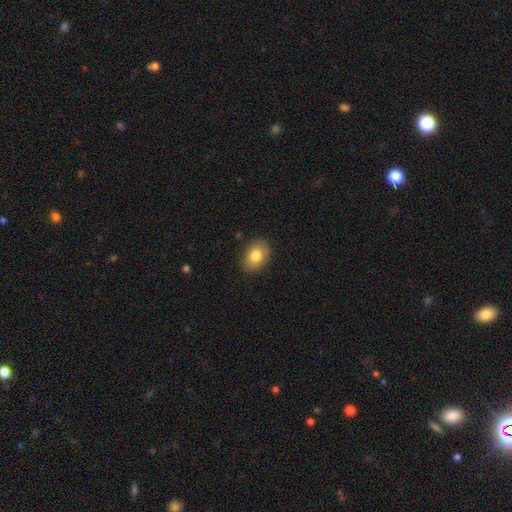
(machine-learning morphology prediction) smooth_or_featured: smooth (p=0.82) [alt: featured or disk p=0.10]
how_rounded: in between (p=0.77) [alt: round p=0.22]
merging: none (p=0.88) [alt: minor disturbance p=0.09]